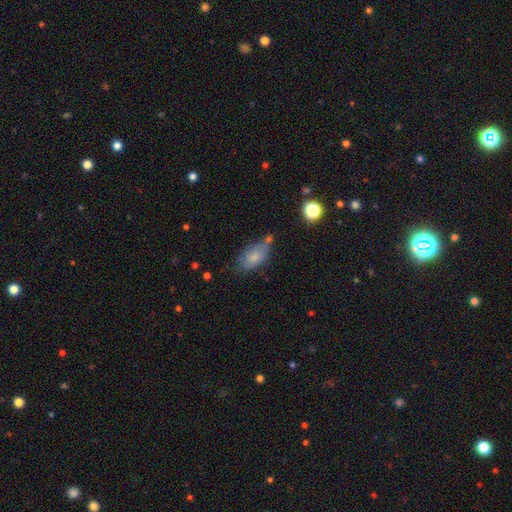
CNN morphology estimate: A smooth galaxy with no disk features (63%) that is in between round and cigar-shaped (87%). Merging: none (57%).